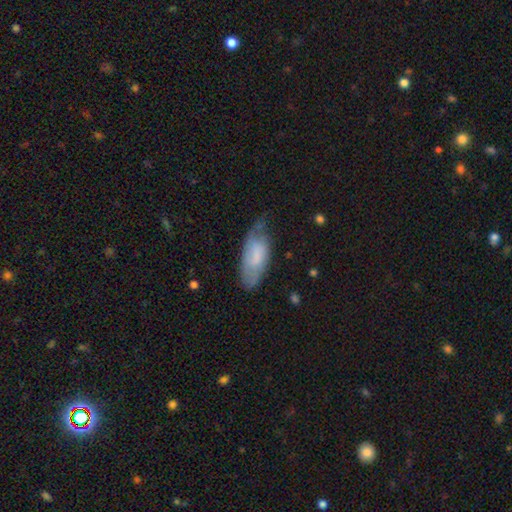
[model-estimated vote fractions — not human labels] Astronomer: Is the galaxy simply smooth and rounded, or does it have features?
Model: smooth — 65%.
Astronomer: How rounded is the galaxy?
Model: in between — 83%.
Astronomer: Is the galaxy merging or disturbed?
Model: none — 46% (runner-up: minor disturbance, 37%).